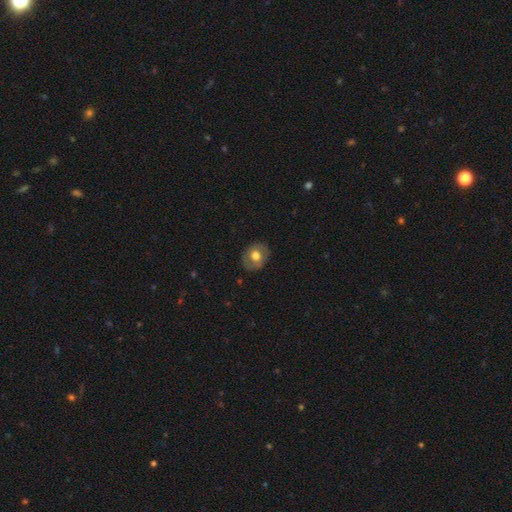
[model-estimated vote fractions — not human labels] smooth 56%, featured or disk 37%, star or artifact 7%. Down the decision tree: how rounded — in between (50%); merging — none (83%).